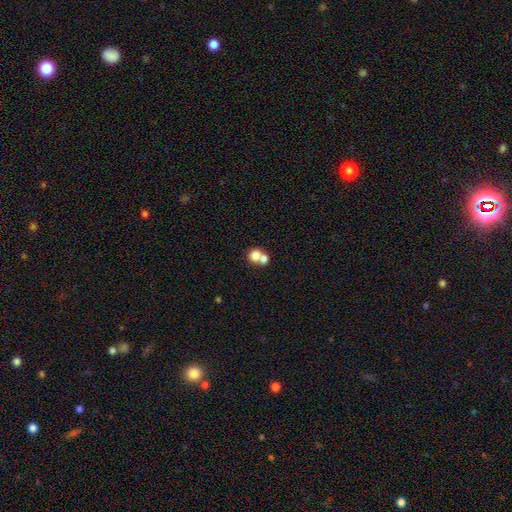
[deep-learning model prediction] Smooth or featured: smooth — 77% (featured or disk — 13%)
How rounded: round — 78% (in between — 21%)
Merging: merger — 58% (none — 33%)